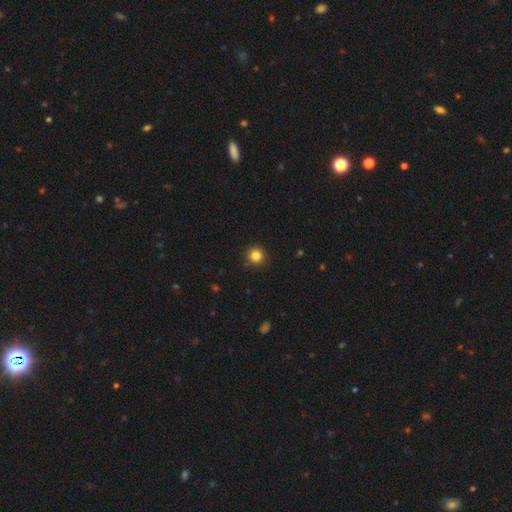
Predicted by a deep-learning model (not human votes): Q: Smooth or featured?
A: smooth (83%); runner-up: star or artifact (12%)
Q: How rounded?
A: round (95%); runner-up: in between (4%)
Q: Merging?
A: none (92%); runner-up: minor disturbance (6%)